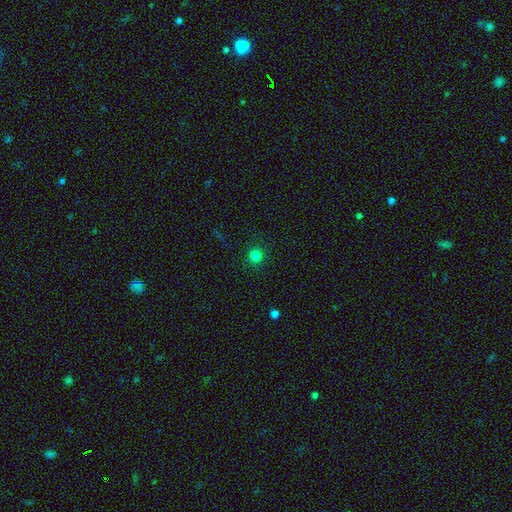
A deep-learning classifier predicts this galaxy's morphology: Q: Smooth or featured?
A: smooth (81%); runner-up: star or artifact (15%)
Q: How rounded?
A: round (94%); runner-up: in between (5%)
Q: Merging?
A: none (91%); runner-up: minor disturbance (6%)